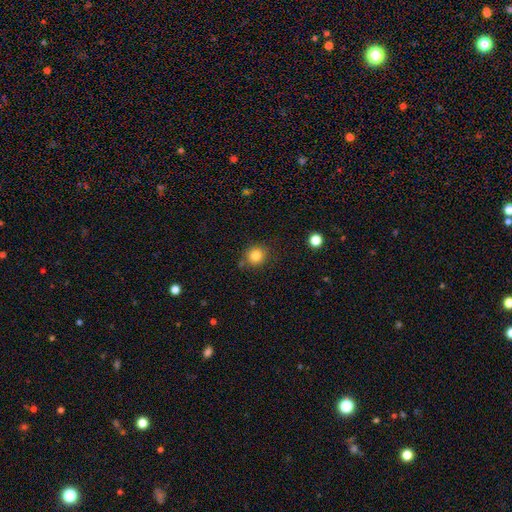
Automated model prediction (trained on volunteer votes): smooth-or-featured: smooth: 82% | star or artifact: 11% | featured or disk: 6%
  how-rounded: round: 86% | in between: 13% | cigar-shaped: 1%
  merging: none: 82% | minor disturbance: 11% | merger: 4% | major disturbance: 3%